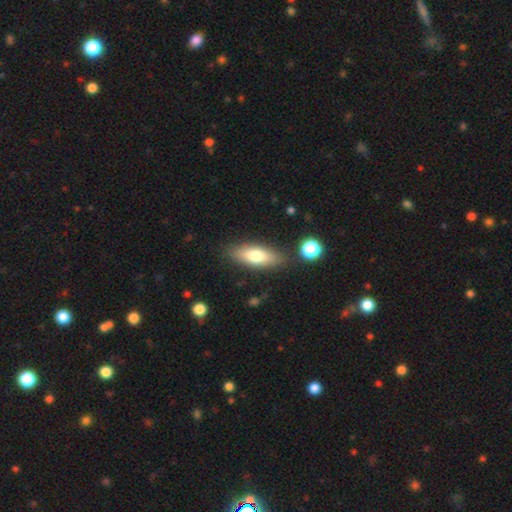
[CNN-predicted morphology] smooth_or_featured: smooth (p=0.69) [alt: featured or disk p=0.24]
how_rounded: in between (p=0.63) [alt: cigar-shaped p=0.34]
merging: none (p=0.83) [alt: minor disturbance p=0.11]